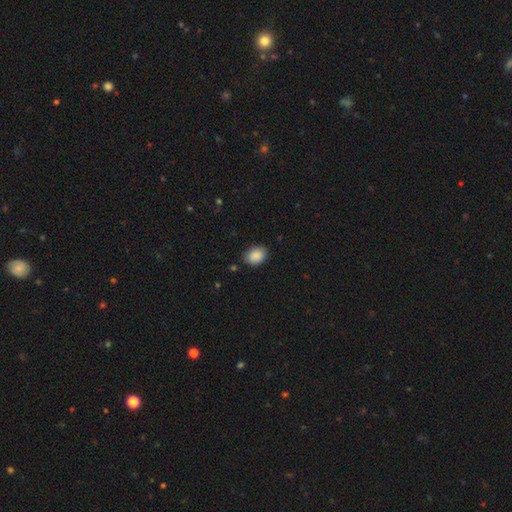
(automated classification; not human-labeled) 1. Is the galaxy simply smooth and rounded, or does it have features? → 89% smooth, 7% star or artifact, 4% featured or disk.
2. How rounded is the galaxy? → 73% in between, 26% round, 1% cigar-shaped.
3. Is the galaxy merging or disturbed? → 83% none, 13% minor disturbance, 3% major disturbance, 1% merger.